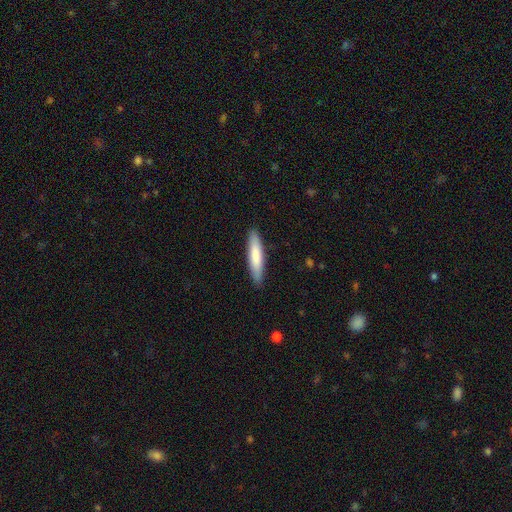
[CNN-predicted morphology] Smooth or featured? Predicted: smooth (p=0.78). How rounded? Predicted: cigar-shaped (p=0.84). Merging? Predicted: none (p=0.89).